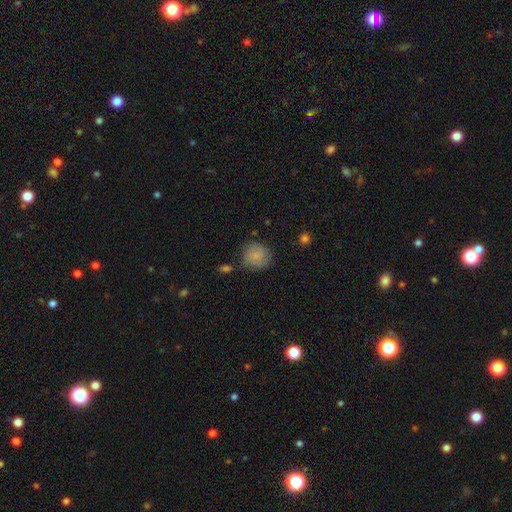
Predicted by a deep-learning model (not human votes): This is likely a smooth galaxy (75%). How rounded: clearly round (84%). Merging: likely none (68%).